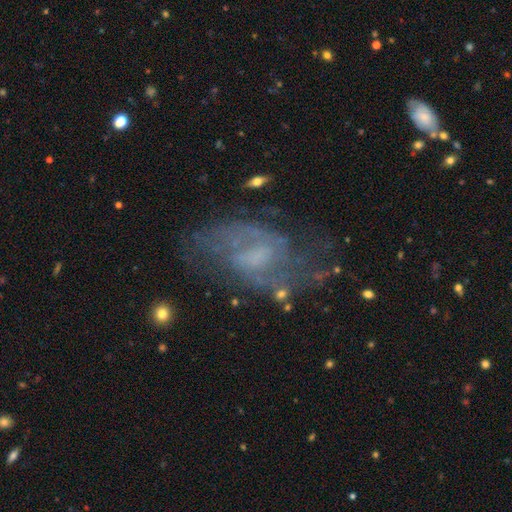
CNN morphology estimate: Smooth or featured?
  - featured or disk: 72% *
  - smooth: 17%
  - star or artifact: 11%
Edge-on disk?
  - no: 95% *
  - yes: 5%
Bar?
  - weak: 48% *
  - no: 41%
  - strong: 11%
Spiral arms?
  - yes: 78% *
  - no: 22%
Spiral winding?
  - medium: 45% *
  - loose: 29%
  - tight: 26%
Spiral arm count?
  - 2: 55% *
  - can't tell: 30%
  - 1: 5%
  - 3: 5%
  - 4: 2%
  - more than 4: 2%
Bulge size?
  - none: 37% *
  - small: 31%
  - moderate: 25%
  - large: 6%
  - dominant: 1%
Merging?
  - none: 57% *
  - minor disturbance: 21%
  - major disturbance: 18%
  - merger: 3%